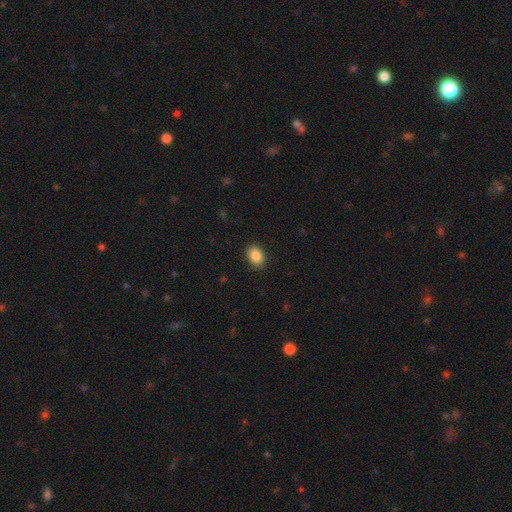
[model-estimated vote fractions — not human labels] A smooth galaxy with no disk features (88%) that is in between round and cigar-shaped (71%). Merging: none (89%).